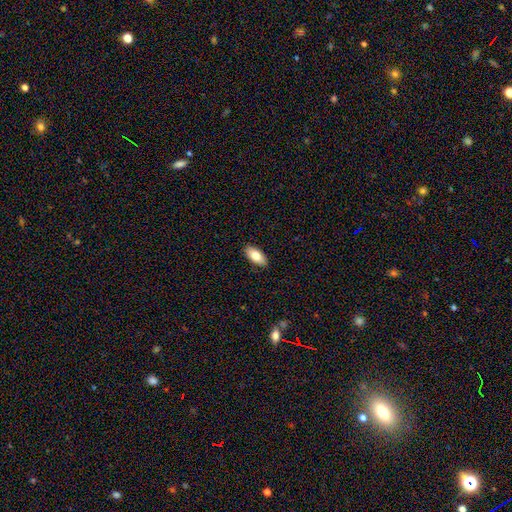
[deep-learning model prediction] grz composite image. It shows a smooth galaxy with no disk features (79%) that is in between round and cigar-shaped (91%). Merging: none (89%).